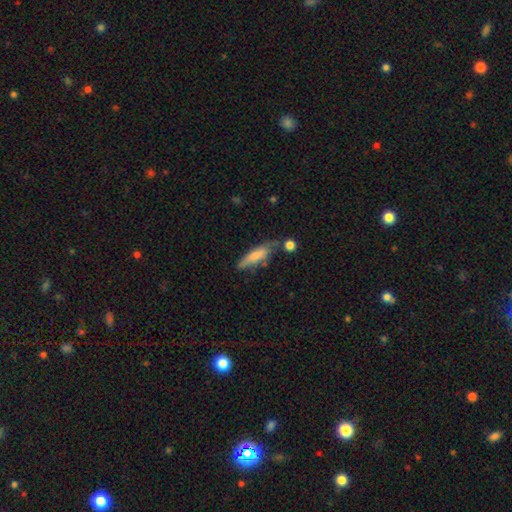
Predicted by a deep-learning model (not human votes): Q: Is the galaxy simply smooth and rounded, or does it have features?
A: smooth — 69%.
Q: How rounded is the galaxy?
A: cigar-shaped — 66%.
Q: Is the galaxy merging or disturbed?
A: none — 54%.